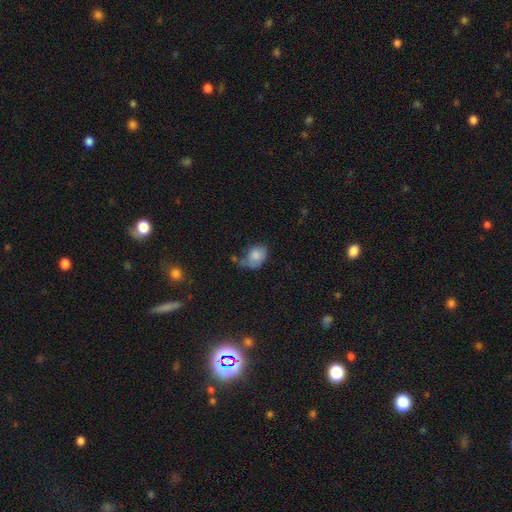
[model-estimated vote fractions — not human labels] Morphology: type=smooth (80%); roundness=in between (69%); merging=none (38%).